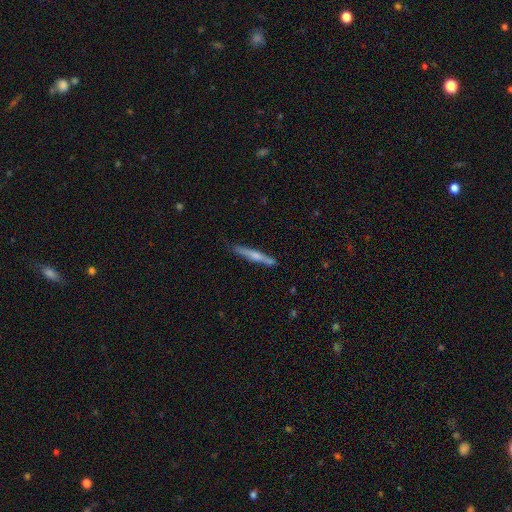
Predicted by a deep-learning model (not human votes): This appears to be a featured or disk galaxy (51%) viewed edge-on (96%). Merging: none (82%).